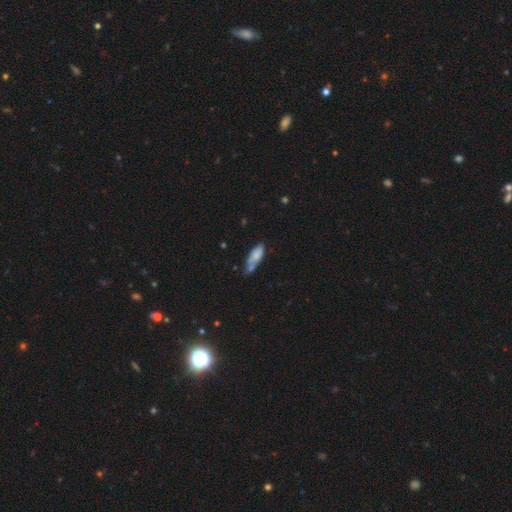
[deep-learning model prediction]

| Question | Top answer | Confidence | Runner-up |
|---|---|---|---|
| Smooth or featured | smooth | 71% | featured or disk (21%) |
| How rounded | in between | 64% | cigar-shaped (33%) |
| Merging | none | 43% | minor disturbance (26%) |